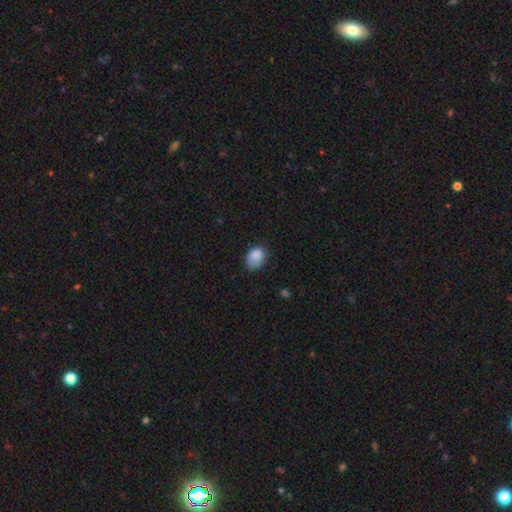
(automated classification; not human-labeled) smooth_or_featured: smooth (p=0.86) [alt: star or artifact p=0.09]
how_rounded: in between (p=0.71) [alt: round p=0.28]
merging: none (p=0.59) [alt: minor disturbance p=0.32]